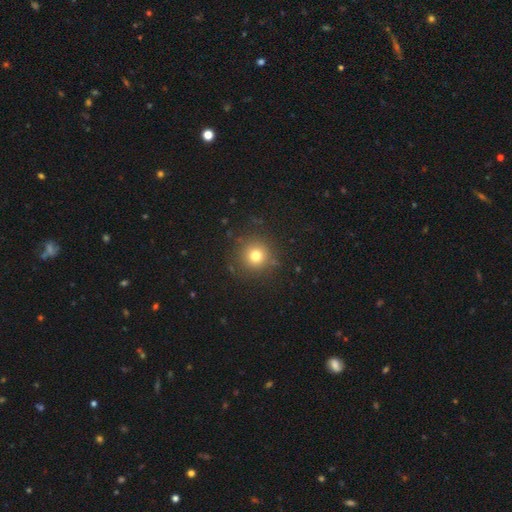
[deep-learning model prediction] smooth_or_featured: smooth (p=0.76) [alt: star or artifact p=0.15]
how_rounded: round (p=0.94) [alt: in between p=0.05]
merging: none (p=0.87) [alt: minor disturbance p=0.08]